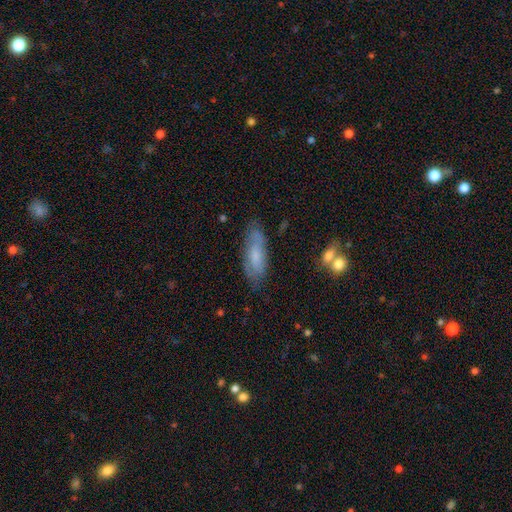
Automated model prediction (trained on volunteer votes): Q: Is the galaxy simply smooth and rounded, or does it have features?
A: smooth — 53%.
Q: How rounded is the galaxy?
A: in between — 62%.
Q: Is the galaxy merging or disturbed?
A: none — 71%.